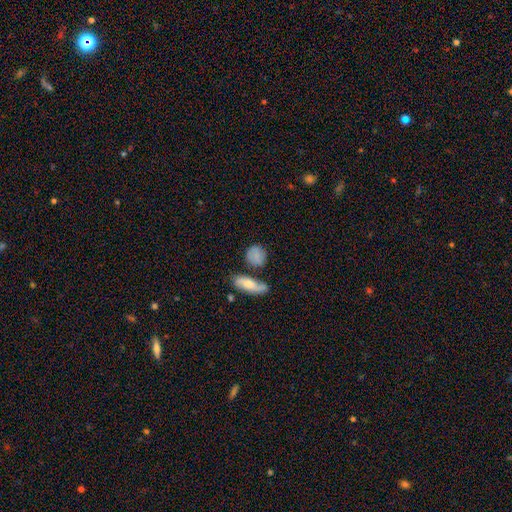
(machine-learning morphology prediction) This is likely a smooth galaxy (78%). How rounded: likely round (64%). Merging: likely none (60%).